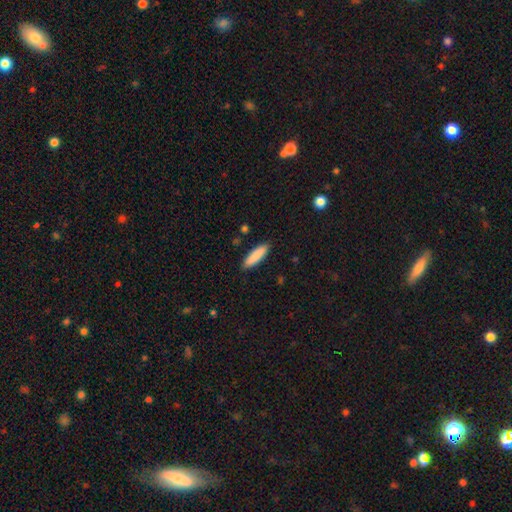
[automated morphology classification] A smooth galaxy with no disk features (88%) that is cigar-shaped (64%). Merging: none (88%).